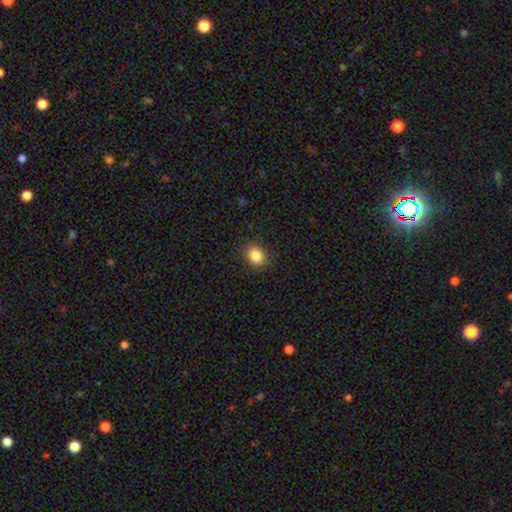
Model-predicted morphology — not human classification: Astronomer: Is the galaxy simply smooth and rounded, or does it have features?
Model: smooth — 85%.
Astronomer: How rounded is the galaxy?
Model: round — 56% (runner-up: in between, 43%).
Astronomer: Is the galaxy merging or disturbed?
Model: none — 86%.